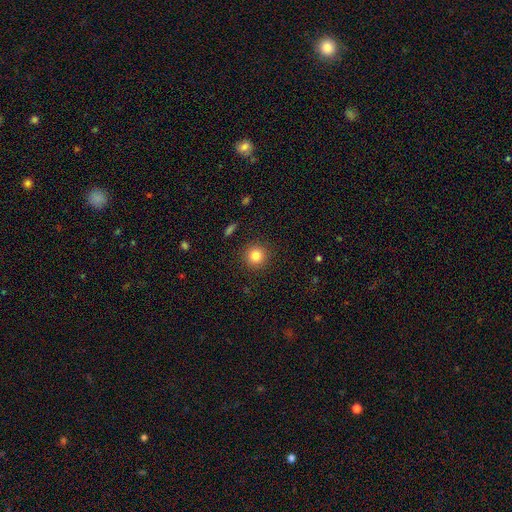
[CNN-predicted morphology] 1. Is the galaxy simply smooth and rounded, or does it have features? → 83% smooth, 11% star or artifact, 6% featured or disk.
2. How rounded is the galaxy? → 94% round, 5% in between, 1% cigar-shaped.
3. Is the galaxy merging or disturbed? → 90% none, 6% minor disturbance, 2% major disturbance, 1% merger.